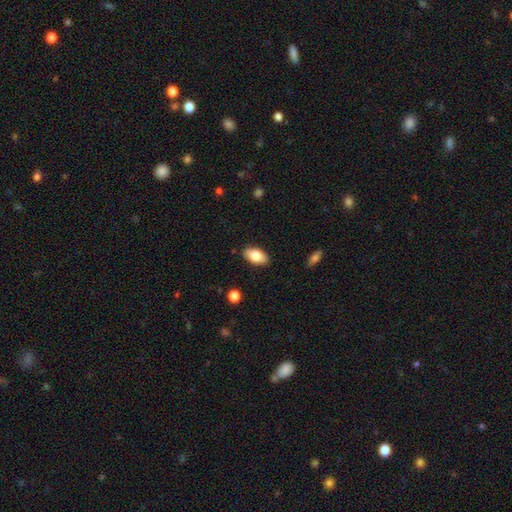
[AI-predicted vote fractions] smooth_or_featured: smooth (p=0.79) [alt: featured or disk p=0.14]
how_rounded: in between (p=0.93) [alt: round p=0.04]
merging: none (p=0.87) [alt: minor disturbance p=0.09]